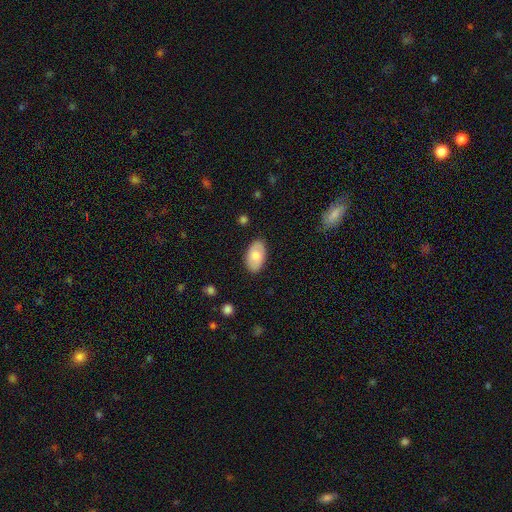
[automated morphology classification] smooth_or_featured: smooth (p=0.72) [alt: featured or disk p=0.22]
how_rounded: in between (p=0.94) [alt: round p=0.04]
merging: none (p=0.85) [alt: minor disturbance p=0.11]